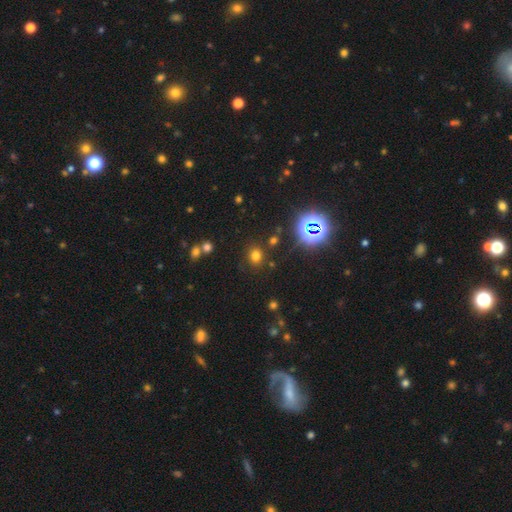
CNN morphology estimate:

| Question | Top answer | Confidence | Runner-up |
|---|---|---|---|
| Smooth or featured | smooth | 68% | star or artifact (25%) |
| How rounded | round | 71% | in between (27%) |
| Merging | none | 84% | minor disturbance (8%) |